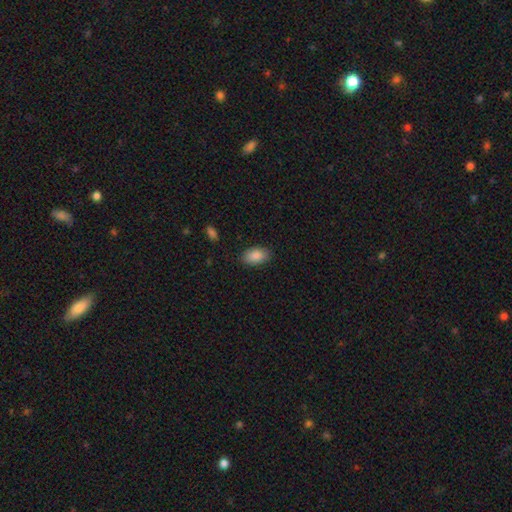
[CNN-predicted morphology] A smooth galaxy with no disk features (88%) that is in between round and cigar-shaped (92%).

Vote fractions:
- Smooth or featured? smooth: 88% / star or artifact: 7% / featured or disk: 5%
- How rounded? in between: 92% / round: 7% / cigar-shaped: 2%
- Merging? none: 85% / minor disturbance: 11% / major disturbance: 3% / merger: 1%